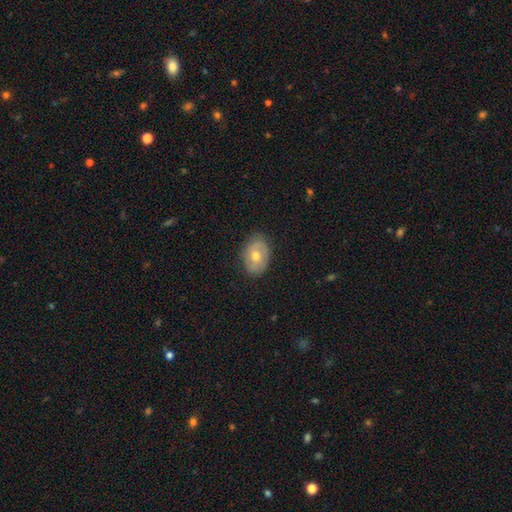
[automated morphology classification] The model was most divided on "smooth or featured": smooth: 49%, featured or disk: 44%, star or artifact: 7%. More confident: merging — none (80%).